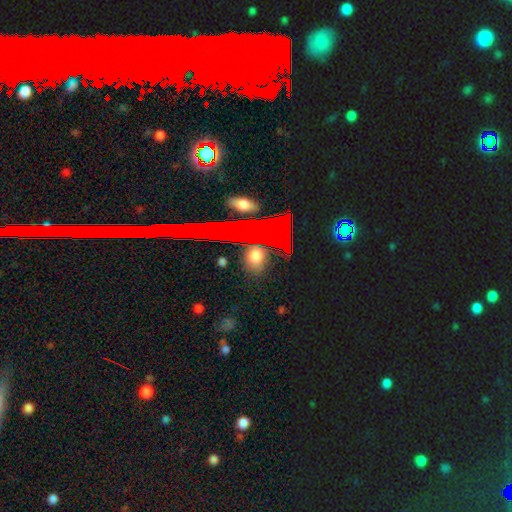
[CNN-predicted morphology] A smooth galaxy with no disk features (63%) that is round (58%). Merging: none (84%).